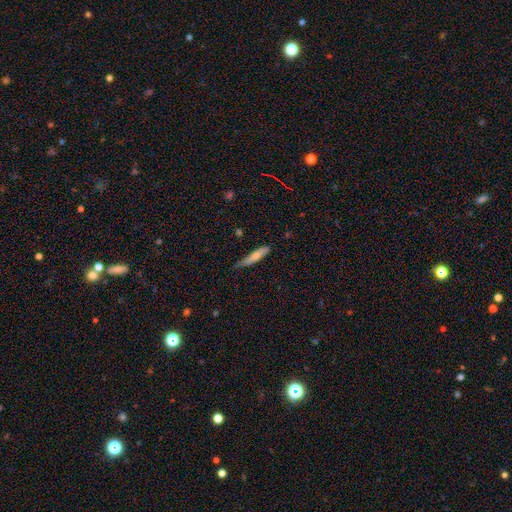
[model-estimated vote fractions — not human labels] smooth 64%, featured or disk 29%, star or artifact 6%. Down the decision tree: how rounded — cigar-shaped (84%); merging — none (64%).